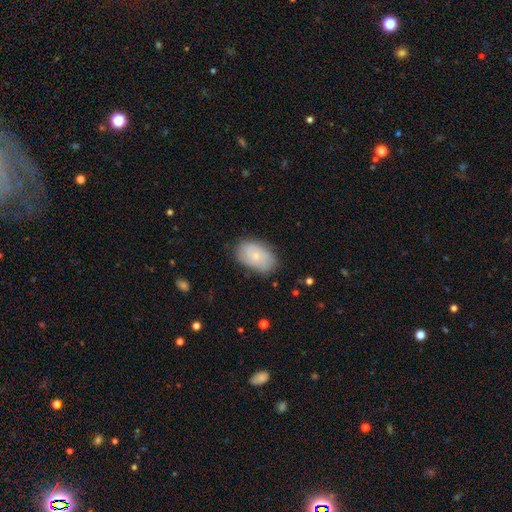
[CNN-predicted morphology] smooth_or_featured: smooth (p=0.61) [alt: featured or disk p=0.32]
how_rounded: in between (p=0.88) [alt: round p=0.10]
merging: none (p=0.75) [alt: minor disturbance p=0.19]